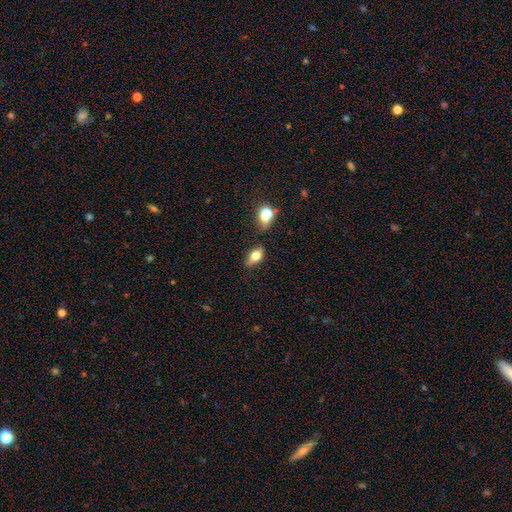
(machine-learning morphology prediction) This appears to be a smooth galaxy with no disk features (67%) that is in between round and cigar-shaped (82%). Merging: none (69%).